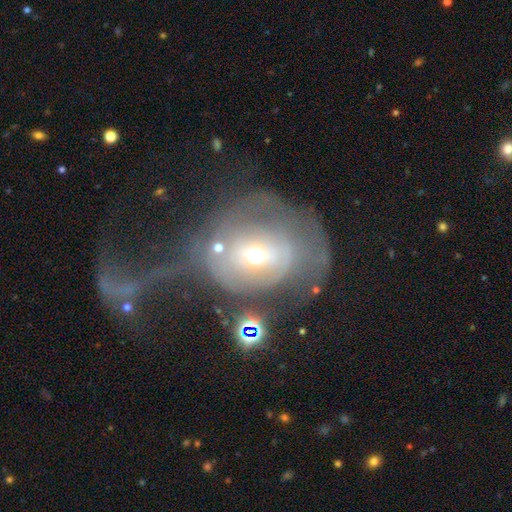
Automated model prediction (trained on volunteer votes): Smooth or featured?
  - featured or disk: 51% *
  - smooth: 36%
  - star or artifact: 13%
Edge-on disk?
  - no: 95% *
  - yes: 5%
Merging?
  - major disturbance: 54% *
  - none: 21%
  - minor disturbance: 15%
  - merger: 9%